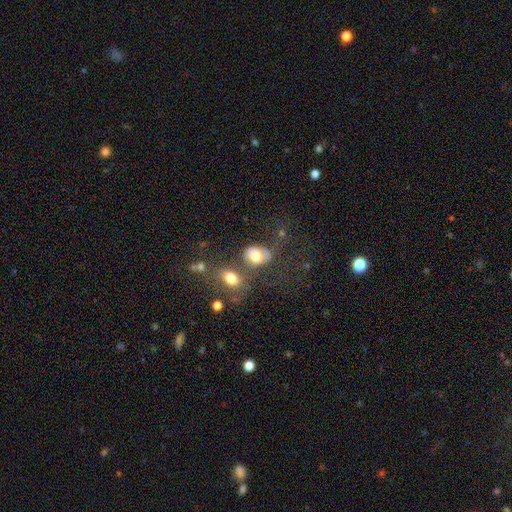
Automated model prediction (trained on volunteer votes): This is likely a smooth galaxy (72%). How rounded: likely in between (69%). Merging: marginally none (42%).